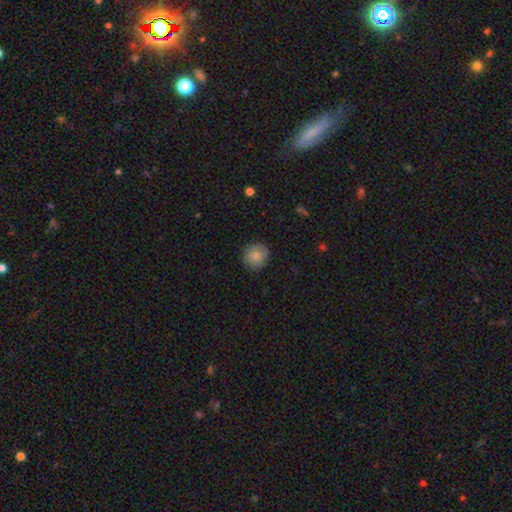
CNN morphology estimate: A smooth galaxy with no disk features (85%) that is round (88%). Merging: none (86%).